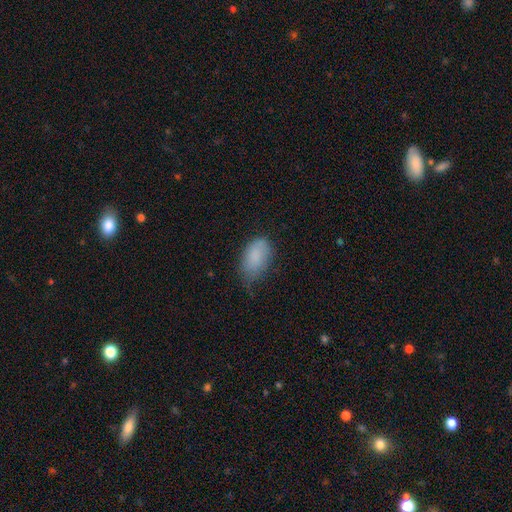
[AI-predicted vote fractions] smooth_or_featured: smooth (p=0.84) [alt: featured or disk p=0.09]
how_rounded: in between (p=0.93) [alt: round p=0.05]
merging: none (p=0.51) [alt: minor disturbance p=0.38]